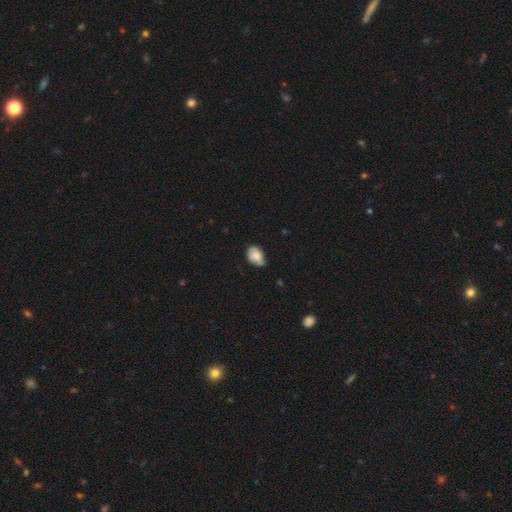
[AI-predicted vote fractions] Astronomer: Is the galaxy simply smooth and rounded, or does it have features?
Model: smooth — 68%.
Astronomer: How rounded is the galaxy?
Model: in between — 75%.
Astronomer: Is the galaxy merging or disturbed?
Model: none — 47% (runner-up: minor disturbance, 39%).